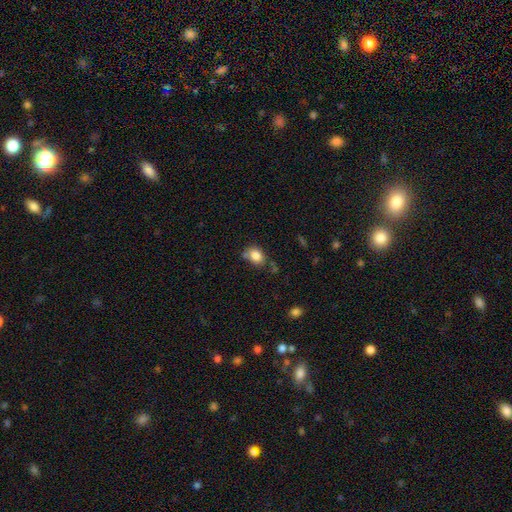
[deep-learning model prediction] smooth_or_featured: smooth (p=0.83) [alt: star or artifact p=0.10]
how_rounded: in between (p=0.58) [alt: round p=0.40]
merging: none (p=0.63) [alt: minor disturbance p=0.20]